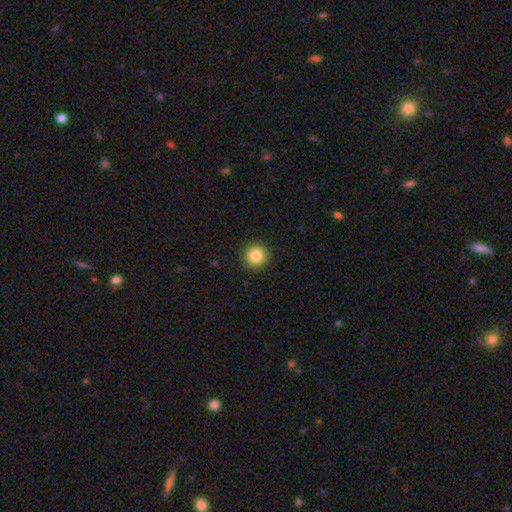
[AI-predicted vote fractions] smooth_or_featured: smooth (p=0.84) [alt: star or artifact p=0.10]
how_rounded: round (p=0.94) [alt: in between p=0.05]
merging: none (p=0.92) [alt: minor disturbance p=0.05]